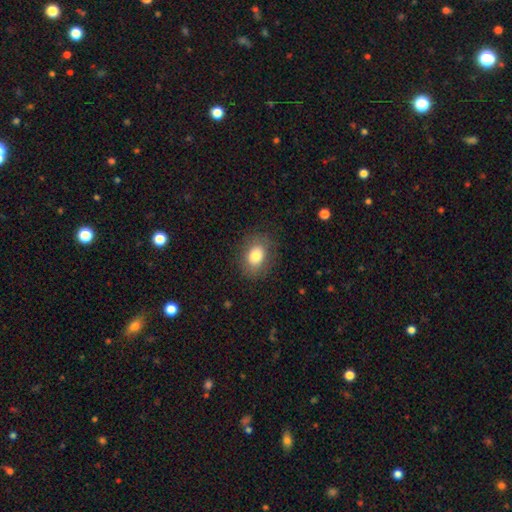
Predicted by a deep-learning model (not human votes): Smooth or featured? smooth (79%)
How rounded? in between (68%)
Merging? none (82%)